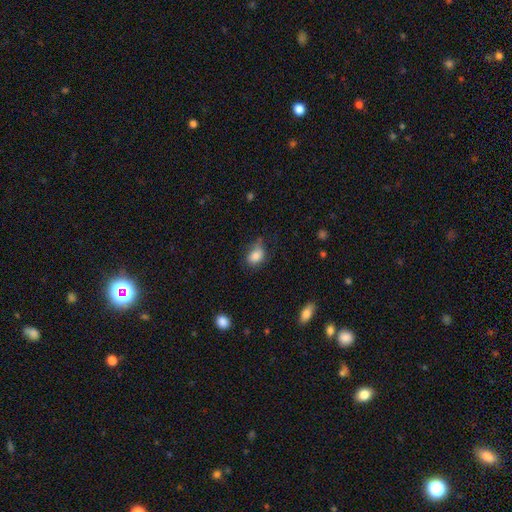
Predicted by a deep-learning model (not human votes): Q: Smooth or featured?
A: smooth (83%); runner-up: star or artifact (9%)
Q: How rounded?
A: in between (72%); runner-up: round (27%)
Q: Merging?
A: none (49%); runner-up: minor disturbance (36%)